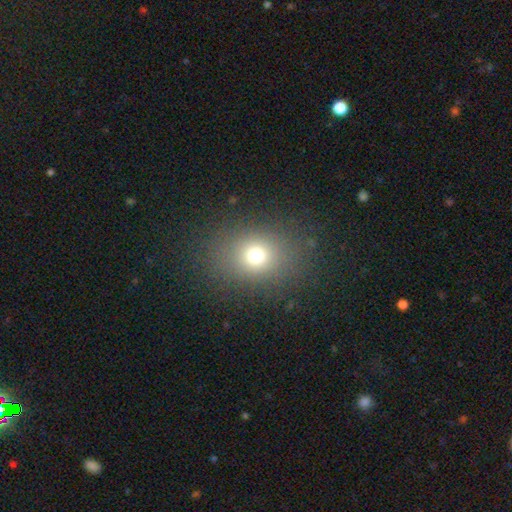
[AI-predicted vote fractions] smooth_or_featured: smooth (p=0.73) [alt: star or artifact p=0.18]
how_rounded: round (p=0.59) [alt: in between p=0.40]
merging: none (p=0.84) [alt: minor disturbance p=0.09]